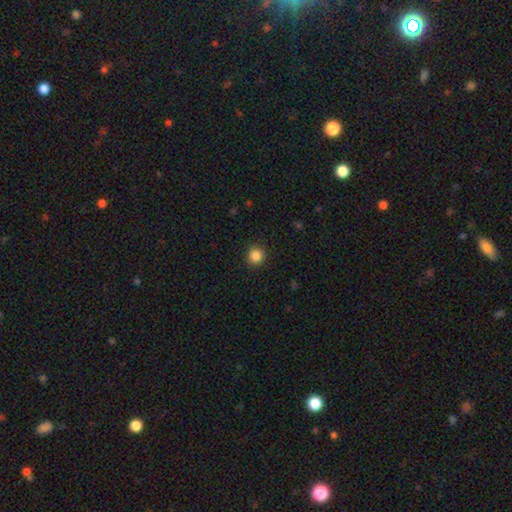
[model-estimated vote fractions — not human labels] A smooth galaxy with no disk features (86%) that is round (93%). Merging: none (92%).